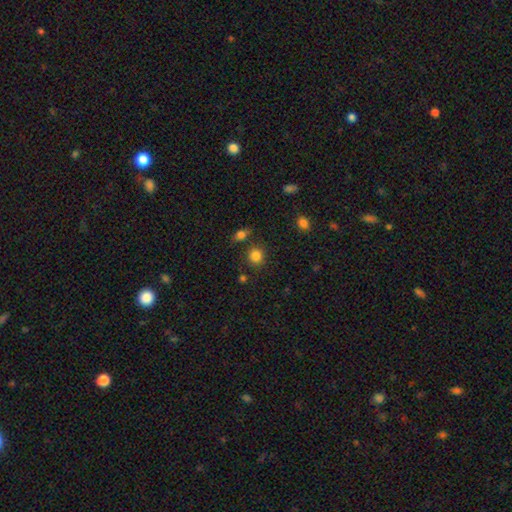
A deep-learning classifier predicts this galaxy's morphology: This appears to be a smooth galaxy with no disk features (84%) that is round (86%). Merging: none (78%).